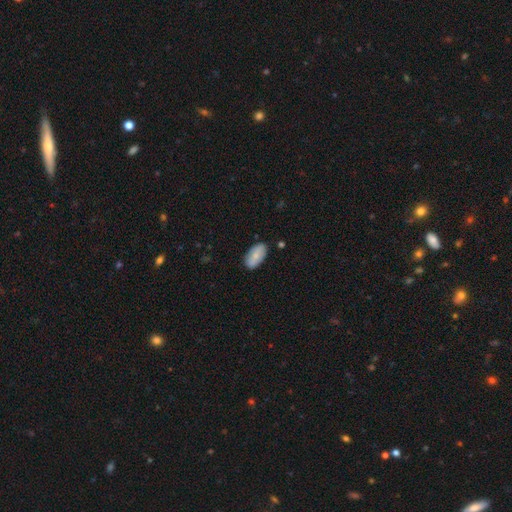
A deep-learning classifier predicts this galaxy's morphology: This appears to be a smooth galaxy with no disk features (75%) that is in between round and cigar-shaped (94%). Merging: none (84%).